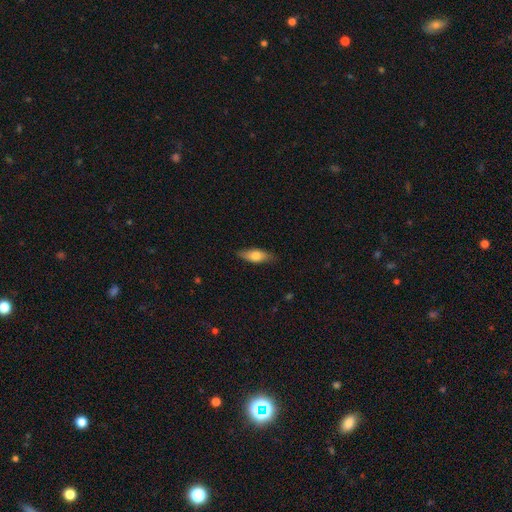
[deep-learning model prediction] smooth_or_featured: smooth (p=0.66) [alt: featured or disk p=0.28]
how_rounded: in between (p=0.64) [alt: cigar-shaped p=0.33]
merging: none (p=0.82) [alt: minor disturbance p=0.15]